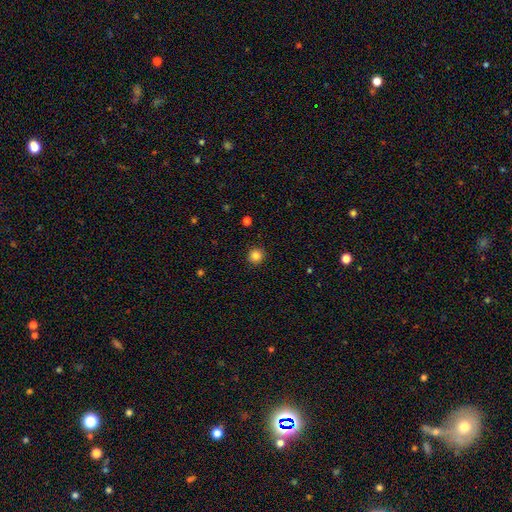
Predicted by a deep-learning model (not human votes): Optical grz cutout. It shows a smooth galaxy with no disk features (85%) that is round (94%). Merging: none (92%).